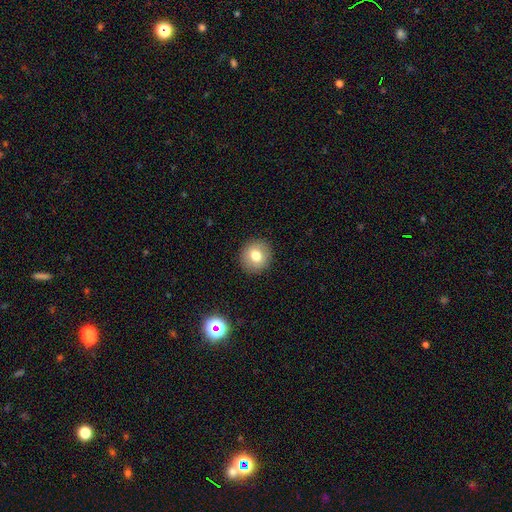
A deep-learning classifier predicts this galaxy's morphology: Smooth or featured? Predicted: smooth (p=0.76). How rounded? Predicted: round (p=0.89). Merging? Predicted: none (p=0.91).